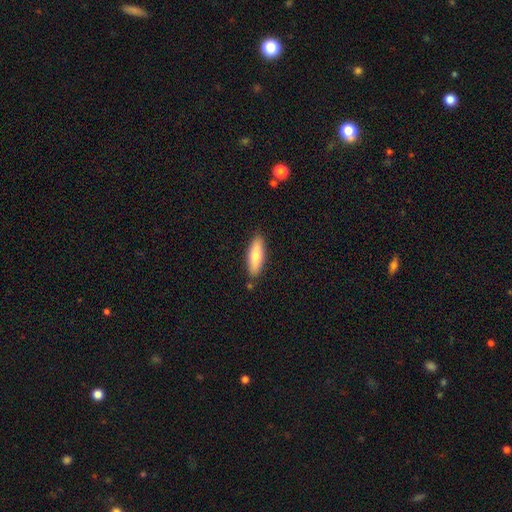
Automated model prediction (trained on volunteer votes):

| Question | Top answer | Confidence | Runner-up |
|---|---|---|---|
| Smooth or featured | smooth | 74% | featured or disk (20%) |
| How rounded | cigar-shaped | 50% | in between (48%) |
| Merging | none | 85% | minor disturbance (11%) |